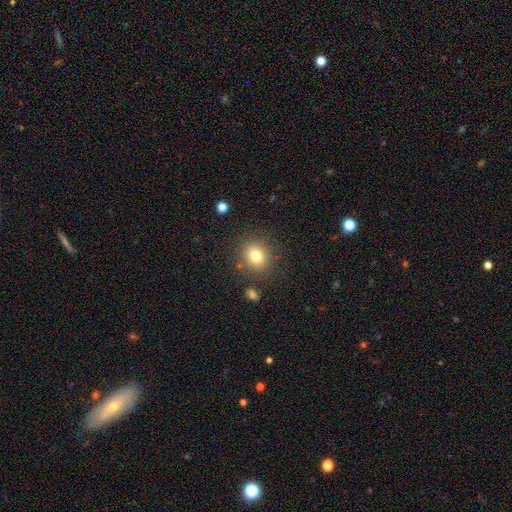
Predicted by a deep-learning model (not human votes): A smooth galaxy with no disk features (79%) that is round (76%).

Vote fractions:
- Smooth or featured? smooth: 79% / star or artifact: 12% / featured or disk: 9%
- How rounded? round: 76% / in between: 24% / cigar-shaped: 1%
- Merging? none: 84% / minor disturbance: 9% / major disturbance: 4% / merger: 3%